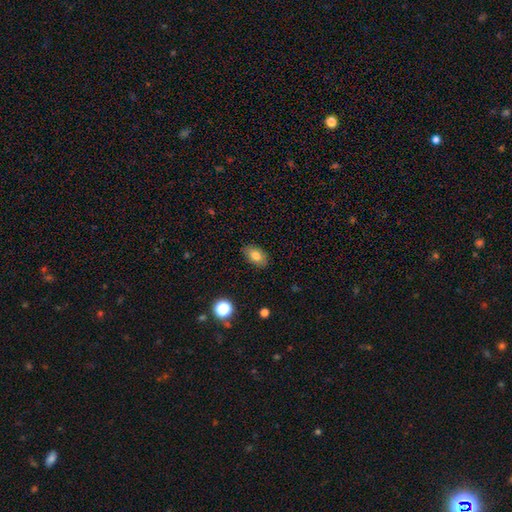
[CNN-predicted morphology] smooth_or_featured: smooth (p=0.80) [alt: featured or disk p=0.11]
how_rounded: in between (p=0.90) [alt: round p=0.08]
merging: none (p=0.86) [alt: minor disturbance p=0.10]